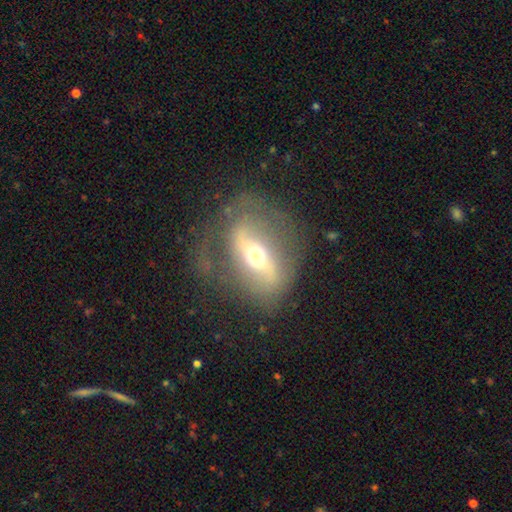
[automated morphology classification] Smooth or featured? featured or disk (74%)
Edge-on disk? no (86%)
Bar? strong (58%)
Spiral arms? yes (63%)
Bulge size? moderate (68%)
Merging? none (63%)